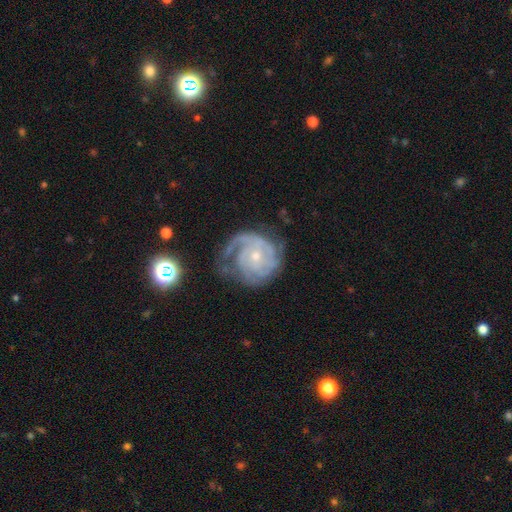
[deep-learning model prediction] Smooth or featured?
  - featured or disk: 87% *
  - smooth: 7%
  - star or artifact: 6%
Edge-on disk?
  - no: 98% *
  - yes: 2%
Bar?
  - no: 71% *
  - weak: 25%
  - strong: 5%
Spiral arms?
  - yes: 96% *
  - no: 4%
Spiral winding?
  - tight: 67% *
  - medium: 27%
  - loose: 6%
Spiral arm count?
  - 3: 30% *
  - can't tell: 26%
  - 2: 19%
  - 4: 11%
  - 1: 7%
  - more than 4: 6%
Bulge size?
  - small: 65% *
  - moderate: 31%
  - none: 2%
  - large: 1%
  - dominant: 1%
Merging?
  - none: 57% *
  - minor disturbance: 23%
  - major disturbance: 17%
  - merger: 2%